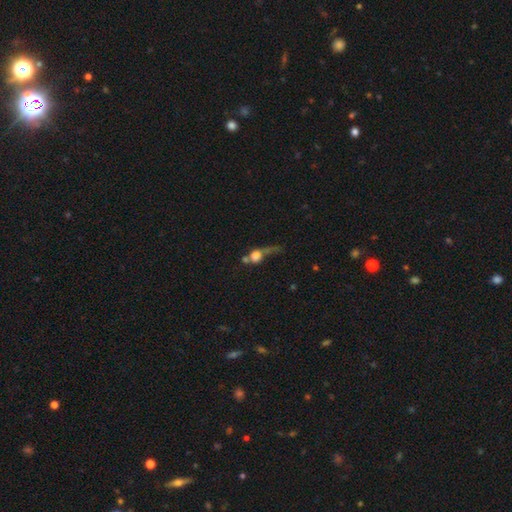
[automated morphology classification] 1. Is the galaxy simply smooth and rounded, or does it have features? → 60% smooth, 25% featured or disk, 16% star or artifact.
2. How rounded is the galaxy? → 62% round, 31% in between, 8% cigar-shaped.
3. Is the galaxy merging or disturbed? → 33% major disturbance (tied), 33% merger (tied), 22% none, 12% minor disturbance.